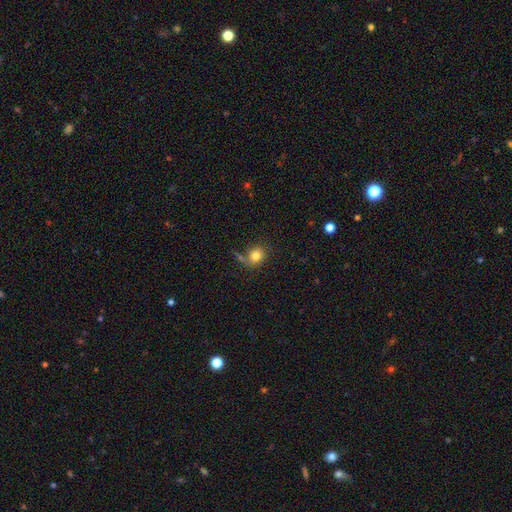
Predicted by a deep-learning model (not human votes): smooth 80%, featured or disk 10%, star or artifact 10%. Down the decision tree: how rounded — round (67%); merging — none (57%).